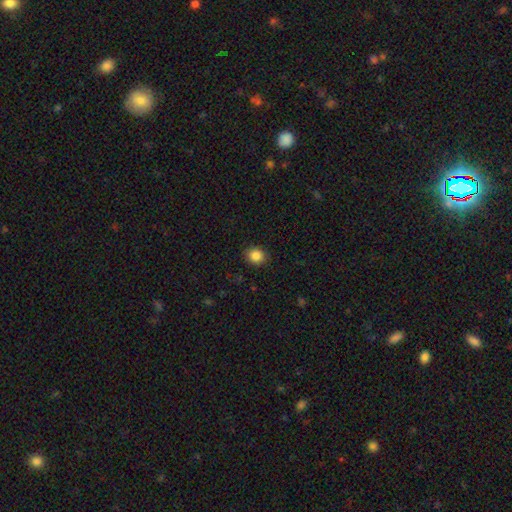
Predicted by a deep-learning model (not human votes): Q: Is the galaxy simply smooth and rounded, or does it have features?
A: smooth — 86%.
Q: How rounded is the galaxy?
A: round — 73%.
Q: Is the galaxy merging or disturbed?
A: none — 89%.